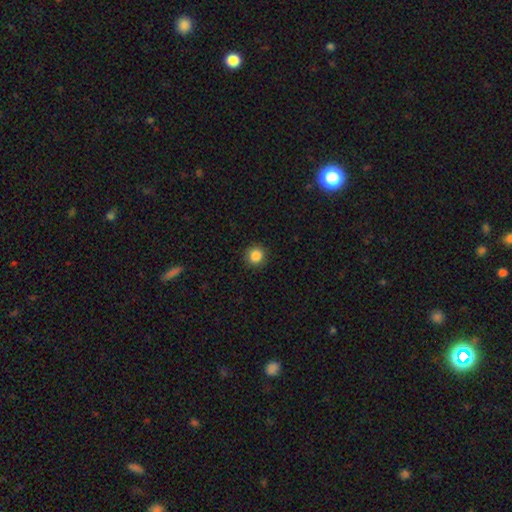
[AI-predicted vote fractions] smooth 86%, star or artifact 11%, featured or disk 3%. Down the decision tree: how rounded — round (93%); merging — none (92%).